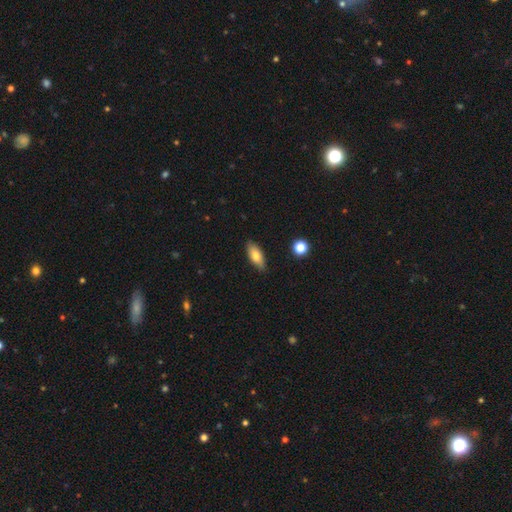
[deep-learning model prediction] The model was most divided on "smooth or featured": smooth: 74%, featured or disk: 19%, star or artifact: 7%. More confident: merging — none (85%); how rounded — in between (78%).